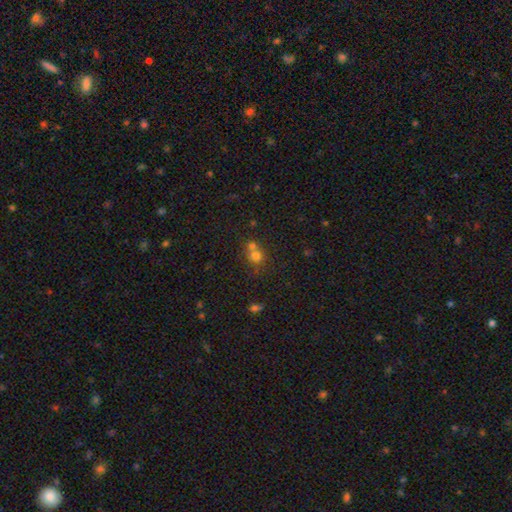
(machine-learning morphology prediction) Q: Smooth or featured?
A: smooth (70%); runner-up: star or artifact (17%)
Q: How rounded?
A: round (83%); runner-up: in between (16%)
Q: Merging?
A: merger (47%); runner-up: none (42%)